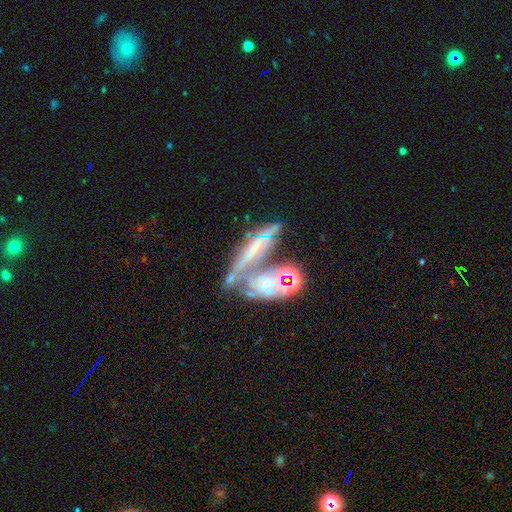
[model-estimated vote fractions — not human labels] smooth_or_featured: featured or disk (p=0.54) [alt: smooth p=0.28]
disk_edge_on: no (p=0.65) [alt: yes p=0.35]
merging: merger (p=0.61) [alt: none p=0.20]